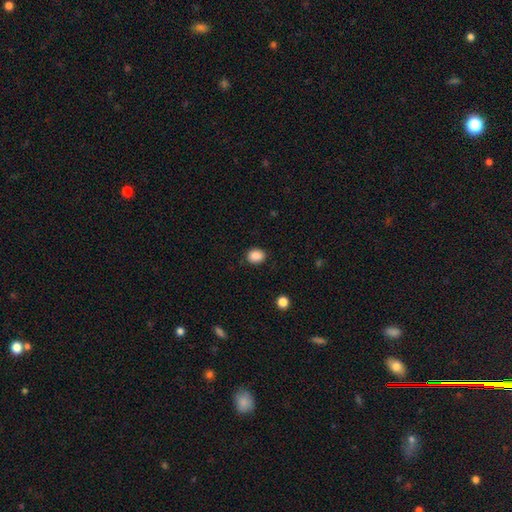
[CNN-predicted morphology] A smooth galaxy with no disk features (88%) that is round (53%). Merging: none (87%).